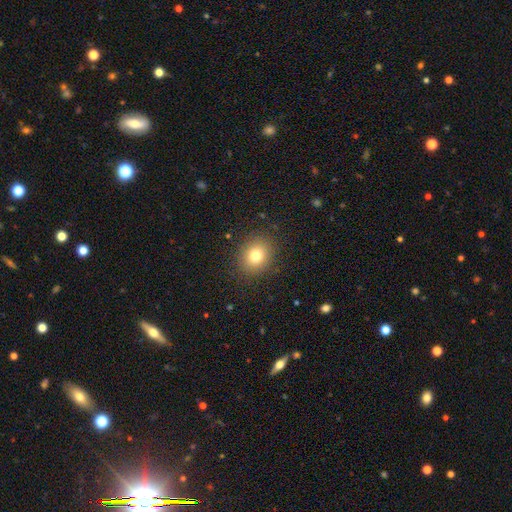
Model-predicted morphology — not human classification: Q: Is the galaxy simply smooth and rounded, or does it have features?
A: smooth — 78%.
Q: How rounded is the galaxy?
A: round — 68%.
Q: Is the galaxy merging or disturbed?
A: none — 87%.